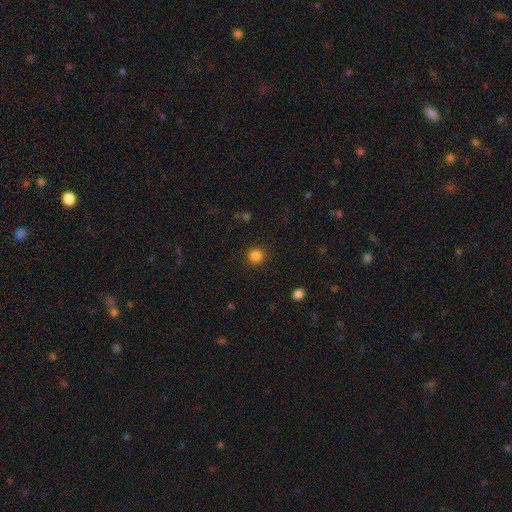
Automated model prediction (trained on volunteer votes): A smooth galaxy with no disk features (84%) that is round (94%). Merging: none (91%).